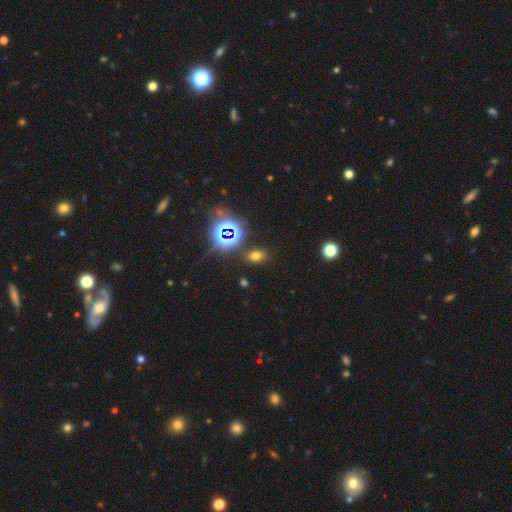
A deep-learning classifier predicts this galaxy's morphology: Q: Smooth or featured?
A: smooth (58%); runner-up: star or artifact (34%)
Q: How rounded?
A: in between (72%); runner-up: round (26%)
Q: Merging?
A: none (84%); runner-up: minor disturbance (9%)